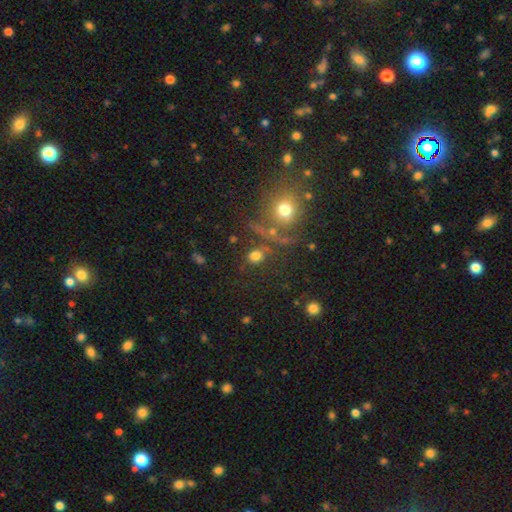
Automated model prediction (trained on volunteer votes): A smooth galaxy with no disk features (72%) that is round (74%). Merging: none (67%).